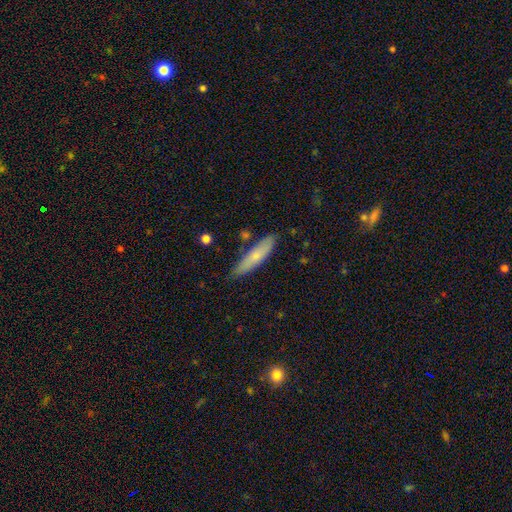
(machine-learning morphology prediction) A smooth galaxy with no disk features (66%) that is cigar-shaped (78%). Merging: none (80%).